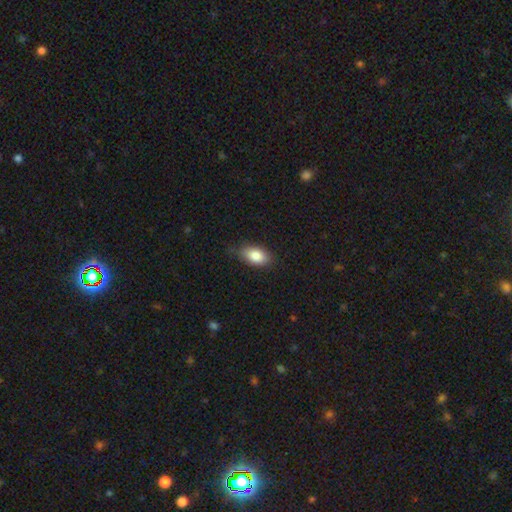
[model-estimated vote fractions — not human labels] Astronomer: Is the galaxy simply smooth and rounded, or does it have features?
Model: smooth — 84%.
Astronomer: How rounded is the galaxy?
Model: in between — 90%.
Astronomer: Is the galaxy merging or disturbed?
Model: none — 73%.